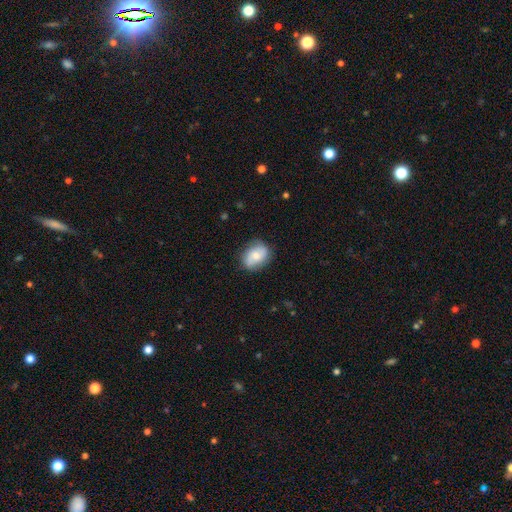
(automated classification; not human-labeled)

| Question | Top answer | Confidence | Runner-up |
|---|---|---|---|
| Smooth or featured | smooth | 54% | featured or disk (39%) |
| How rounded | in between | 60% | round (39%) |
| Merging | none | 77% | minor disturbance (17%) |